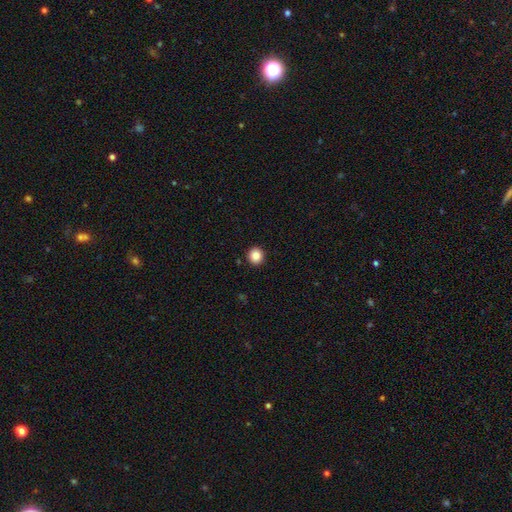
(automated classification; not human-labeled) Overall: smooth (85%). How rounded: round (92%). Merging: none (93%).